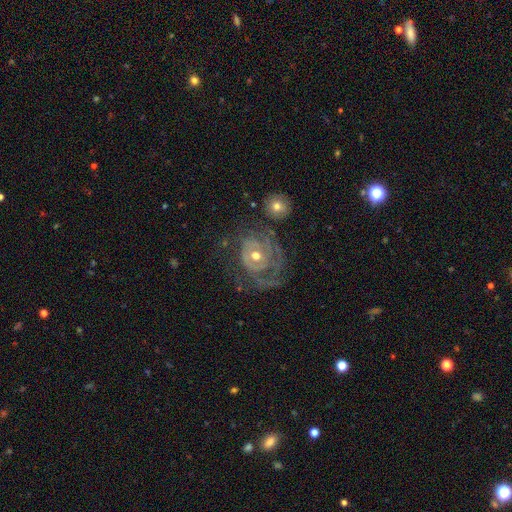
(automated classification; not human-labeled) This is clearly a featured or disk galaxy (81%). It is clearly not viewed edge-on (97%). Bar: likely no (76%). Spiral arm pattern: clearly yes (81%). Spiral arm count: marginally can't tell (39%). Spiral winding: likely tight (65%). Central bulge: likely moderate (66%). Merging: marginally none (43%).